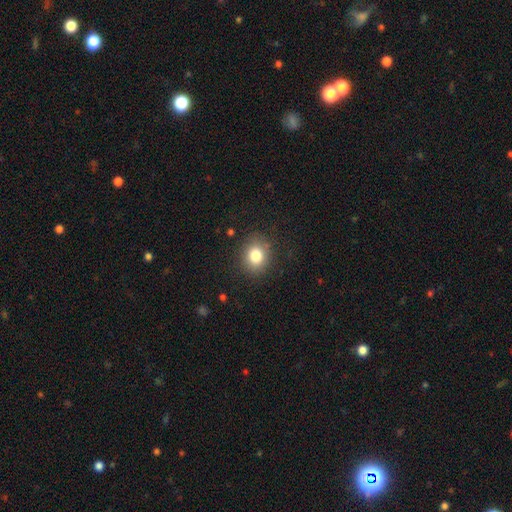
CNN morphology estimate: Overall: smooth (81%). How rounded: round (67%; in between 32%). Merging: none (86%).